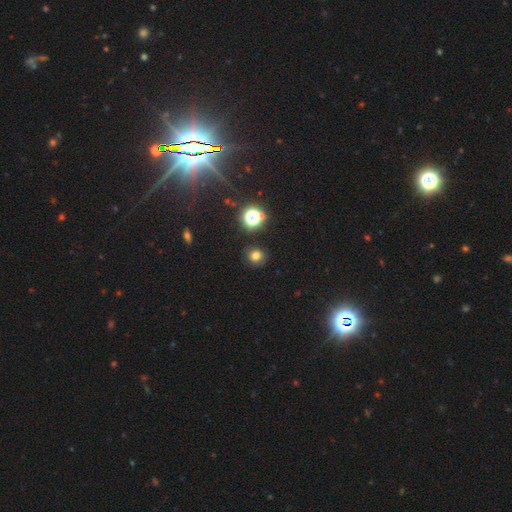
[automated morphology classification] Smooth or featured?
  - smooth: 73% *
  - star or artifact: 20%
  - featured or disk: 7%
How rounded?
  - round: 86% *
  - in between: 13%
  - cigar-shaped: 1%
Merging?
  - none: 89% *
  - minor disturbance: 7%
  - major disturbance: 2%
  - merger: 2%